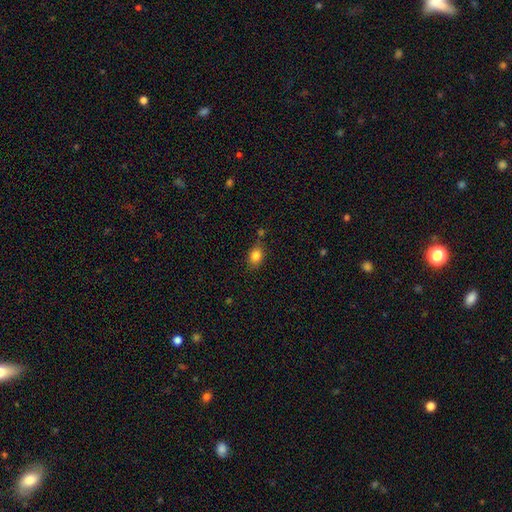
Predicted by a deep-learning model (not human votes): A smooth galaxy with no disk features (84%) that is in between round and cigar-shaped (58%).

Vote fractions:
- Smooth or featured? smooth: 84% / star or artifact: 10% / featured or disk: 6%
- How rounded? in between: 58% / round: 40% / cigar-shaped: 2%
- Merging? none: 72% / minor disturbance: 17% / merger: 7% / major disturbance: 4%